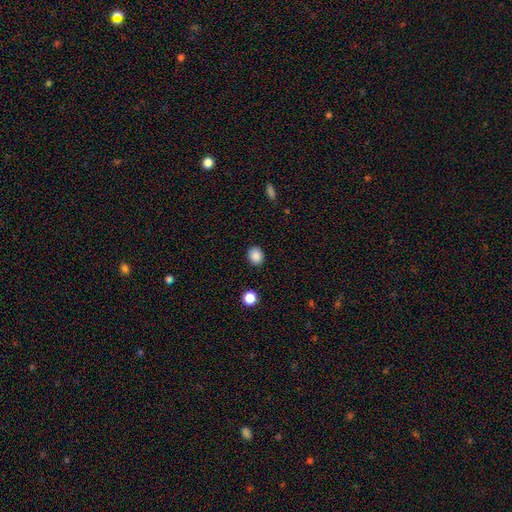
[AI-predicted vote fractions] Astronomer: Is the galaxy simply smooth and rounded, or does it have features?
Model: smooth — 87%.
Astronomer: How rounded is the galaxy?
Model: round — 56% (runner-up: in between, 43%).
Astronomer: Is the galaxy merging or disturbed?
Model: none — 90%.